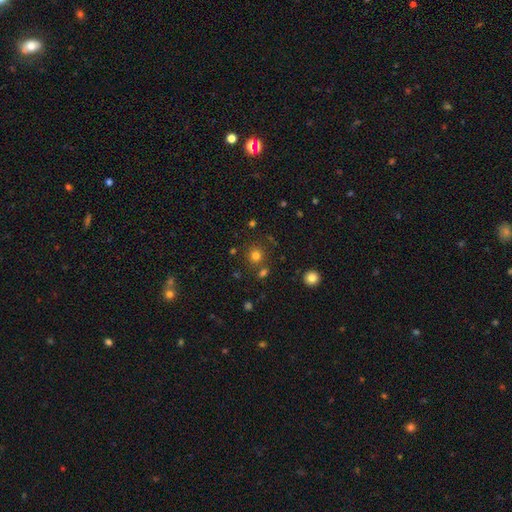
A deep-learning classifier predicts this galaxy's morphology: Overall: smooth (76%). How rounded: round (90%). Merging: none (78%).